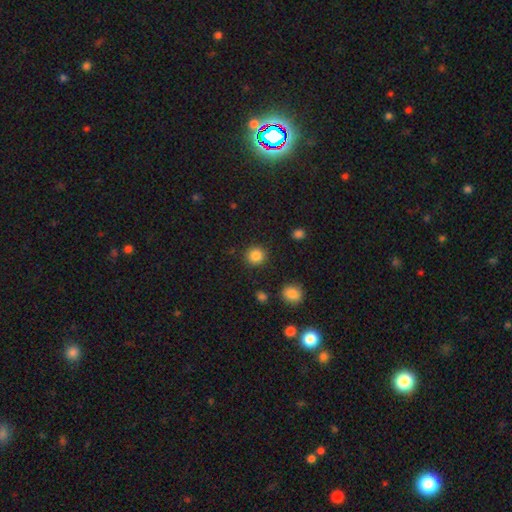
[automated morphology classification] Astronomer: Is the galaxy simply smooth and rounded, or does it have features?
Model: smooth — 85%.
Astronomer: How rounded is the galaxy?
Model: round — 92%.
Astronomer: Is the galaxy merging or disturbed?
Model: none — 89%.